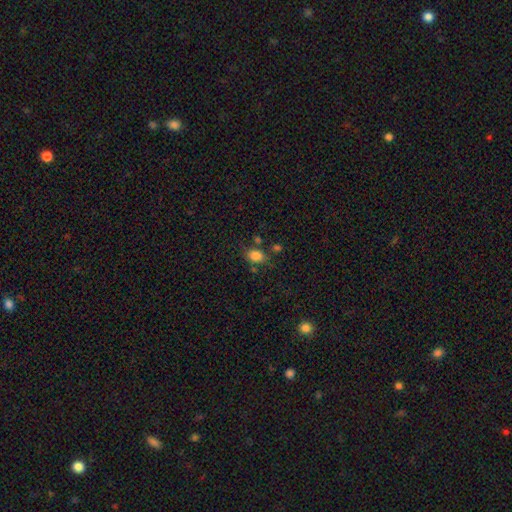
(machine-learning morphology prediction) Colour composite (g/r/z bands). It shows a smooth galaxy with no disk features (82%) that is in between round and cigar-shaped (64%). Merging: none (68%).